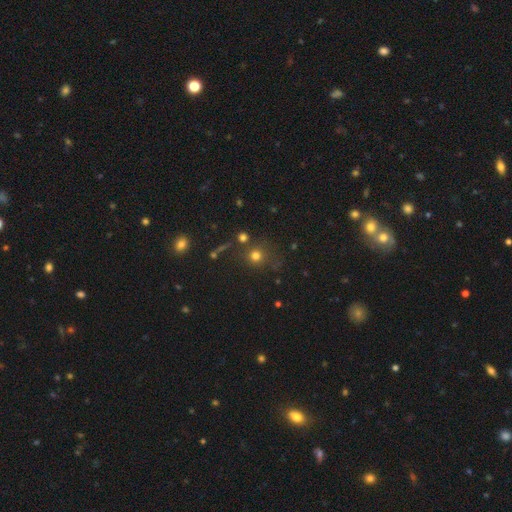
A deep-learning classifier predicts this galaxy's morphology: Smooth or featured: smooth — 71% (star or artifact — 20%)
How rounded: round — 91% (in between — 8%)
Merging: none — 72% (merger — 11%)